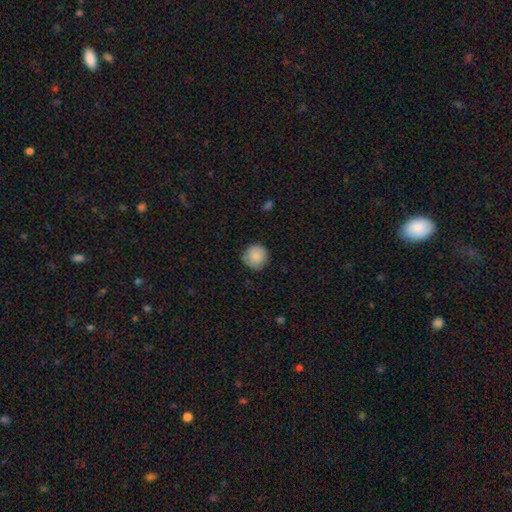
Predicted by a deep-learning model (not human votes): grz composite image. It shows a smooth galaxy with no disk features (85%) that is round (94%). Merging: none (82%).